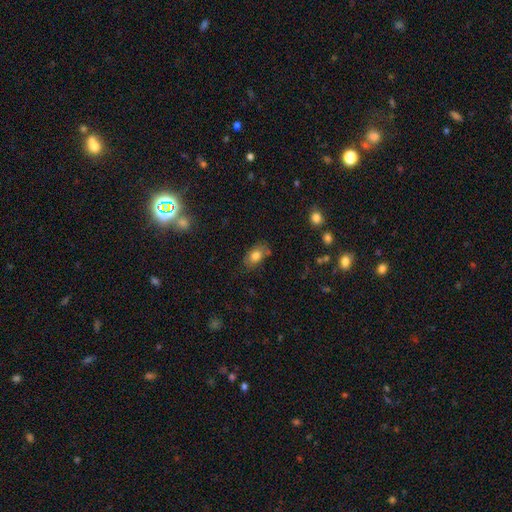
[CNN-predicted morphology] Smooth or featured? smooth (79%)
How rounded? in between (86%)
Merging? none (69%)